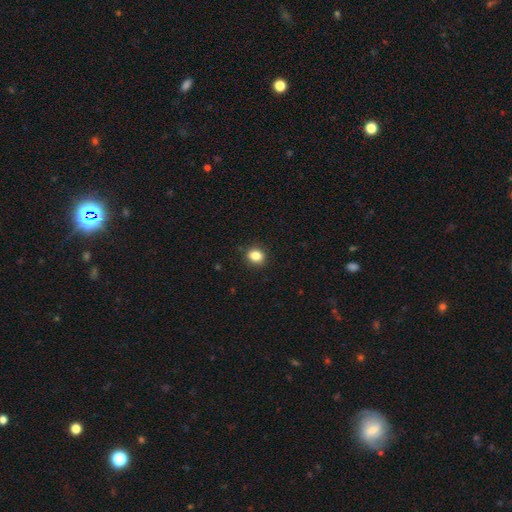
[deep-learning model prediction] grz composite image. It shows a smooth galaxy with no disk features (84%) that is round (52%). Merging: none (87%).